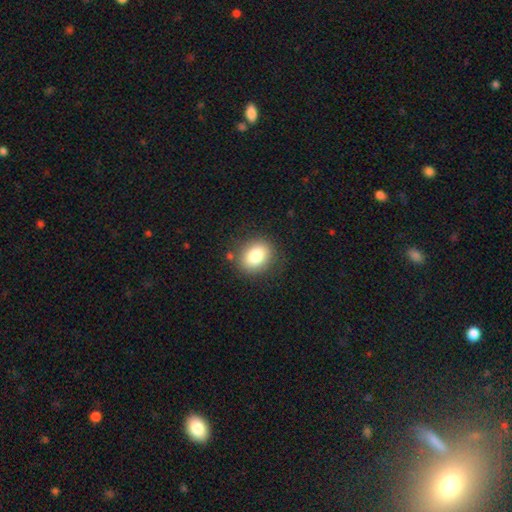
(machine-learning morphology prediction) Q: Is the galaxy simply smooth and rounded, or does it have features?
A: smooth — 82%.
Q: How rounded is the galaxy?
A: round — 54%.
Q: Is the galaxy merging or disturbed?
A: none — 83%.